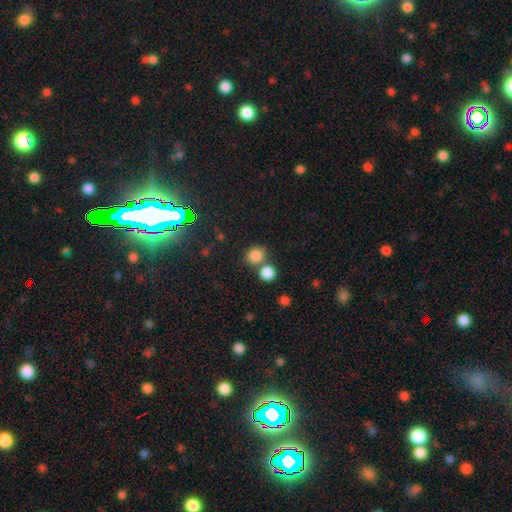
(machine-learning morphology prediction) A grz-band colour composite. It shows a smooth galaxy with no disk features (82%) that is round (83%). Merging: none (59%).